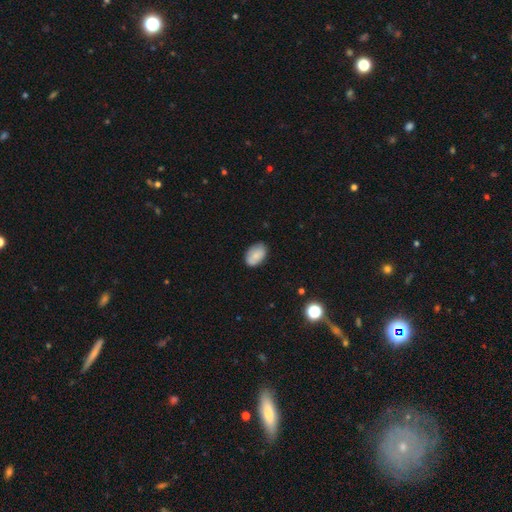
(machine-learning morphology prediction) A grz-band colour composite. It shows a smooth galaxy with no disk features (79%) that is in between round and cigar-shaped (90%). Merging: none (77%).